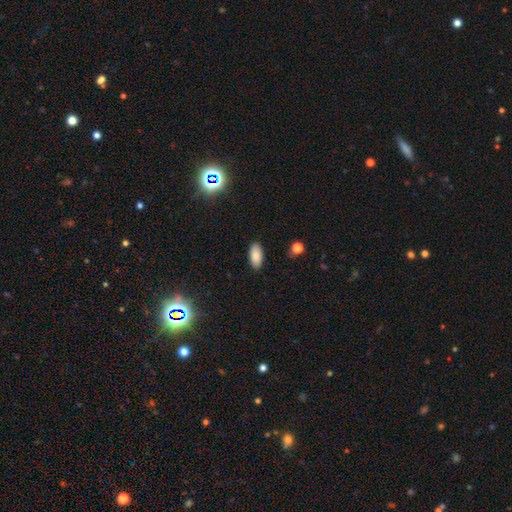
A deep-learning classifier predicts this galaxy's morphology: The model was most divided on "smooth or featured": smooth: 86%, star or artifact: 8%, featured or disk: 6%. More confident: how rounded — in between (91%); merging — none (89%).